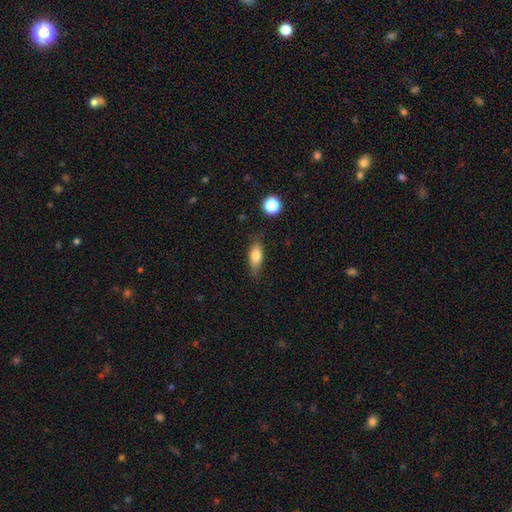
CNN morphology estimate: type=smooth (75%); roundness=in between (75%); merging=none (74%).